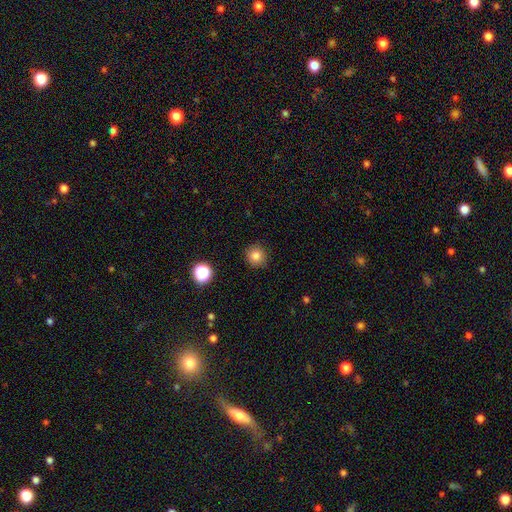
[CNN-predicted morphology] The model was most divided on "smooth or featured": smooth: 81%, star or artifact: 13%, featured or disk: 6%. More confident: how rounded — round (93%); merging — none (90%).